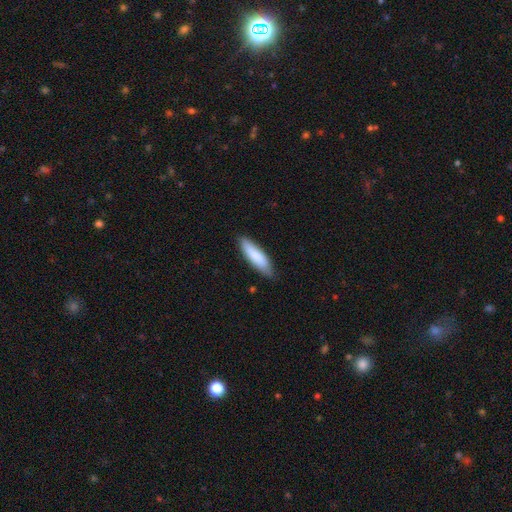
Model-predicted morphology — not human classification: Overall: smooth (84%). How rounded: cigar-shaped (59%; in between 40%). Merging: none (80%).